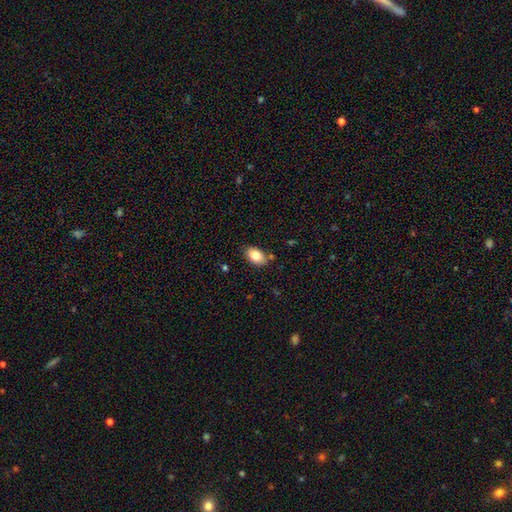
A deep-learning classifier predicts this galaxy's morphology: This appears to be a smooth galaxy with no disk features (83%) that is in between round and cigar-shaped (92%). Merging: none (82%).